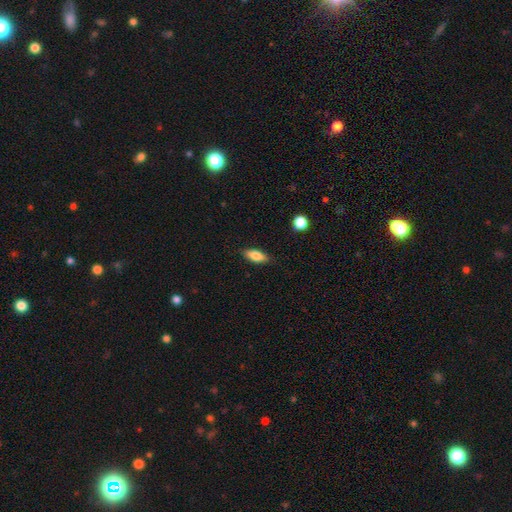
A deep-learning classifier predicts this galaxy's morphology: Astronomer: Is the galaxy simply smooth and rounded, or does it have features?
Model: smooth — 80%.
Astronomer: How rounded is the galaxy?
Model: in between — 79%.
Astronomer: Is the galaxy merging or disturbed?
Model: none — 86%.